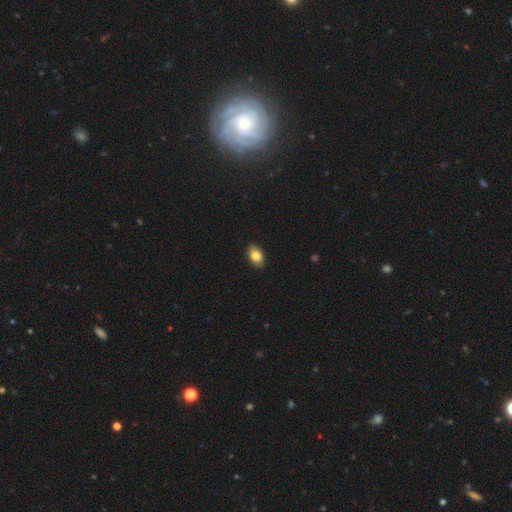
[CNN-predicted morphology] A smooth galaxy with no disk features (83%) that is in between round and cigar-shaped (91%).

Vote fractions:
- Smooth or featured? smooth: 83% / featured or disk: 10% / star or artifact: 7%
- How rounded? in between: 91% / round: 7% / cigar-shaped: 2%
- Merging? none: 88% / minor disturbance: 10% / major disturbance: 2% / merger: 1%